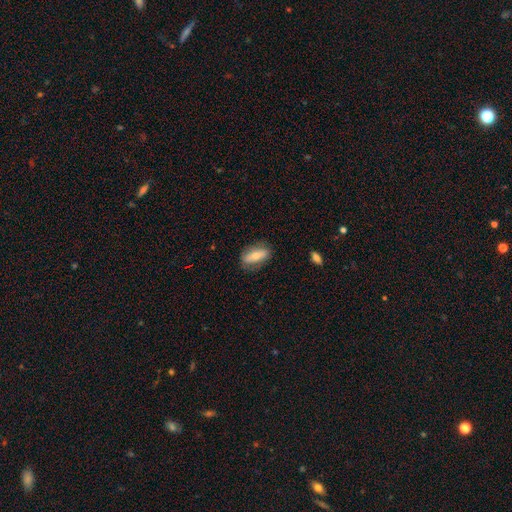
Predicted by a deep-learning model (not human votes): This is possibly a smooth galaxy (58%). How rounded: likely in between (77%). Merging: likely none (78%).